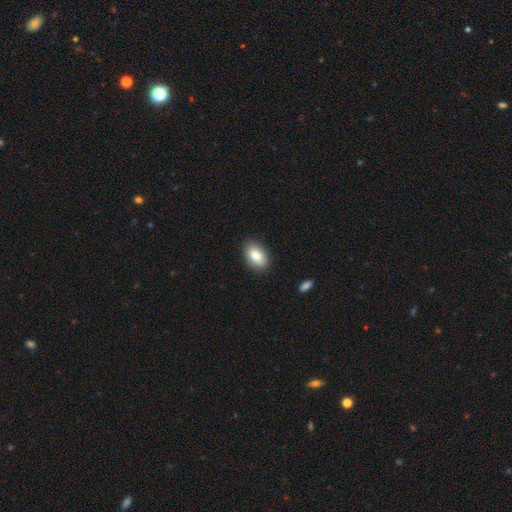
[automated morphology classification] Overall: smooth (83%). How rounded: in between (91%). Merging: none (87%).